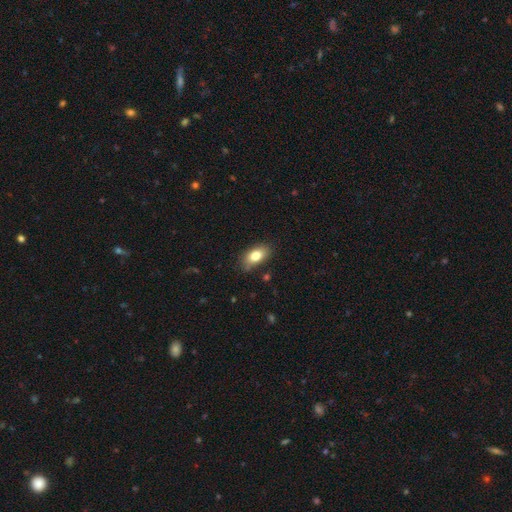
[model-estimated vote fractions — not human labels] Smooth or featured? Predicted: smooth (p=0.79). How rounded? Predicted: in between (p=0.89). Merging? Predicted: none (p=0.78).